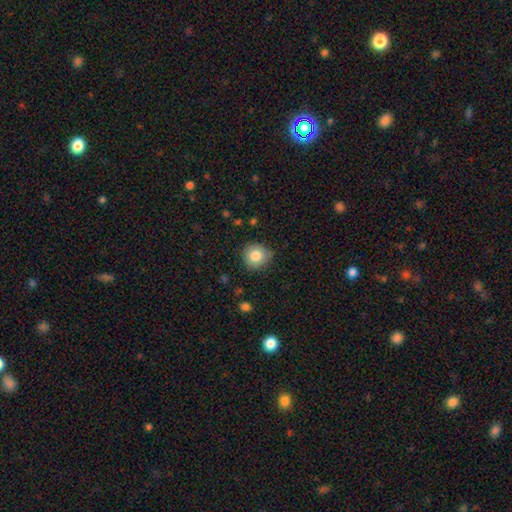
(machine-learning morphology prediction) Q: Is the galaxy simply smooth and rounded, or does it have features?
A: smooth — 83%.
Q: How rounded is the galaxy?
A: round — 92%.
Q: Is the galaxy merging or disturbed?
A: none — 83%.